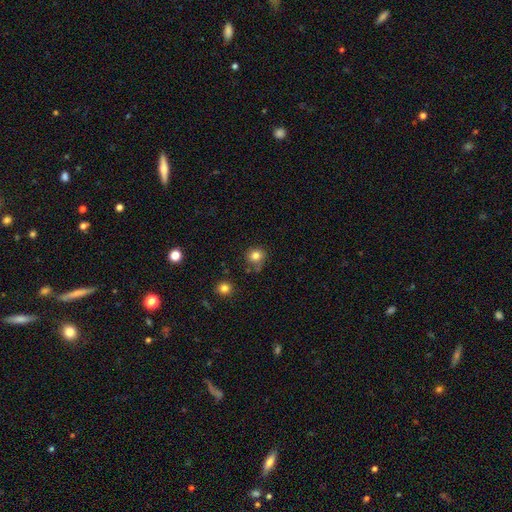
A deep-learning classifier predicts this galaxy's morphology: smooth-or-featured: smooth: 81% | star or artifact: 13% | featured or disk: 7%
  how-rounded: round: 89% | in between: 11% | cigar-shaped: 1%
  merging: none: 73% | minor disturbance: 17% | merger: 6% | major disturbance: 4%